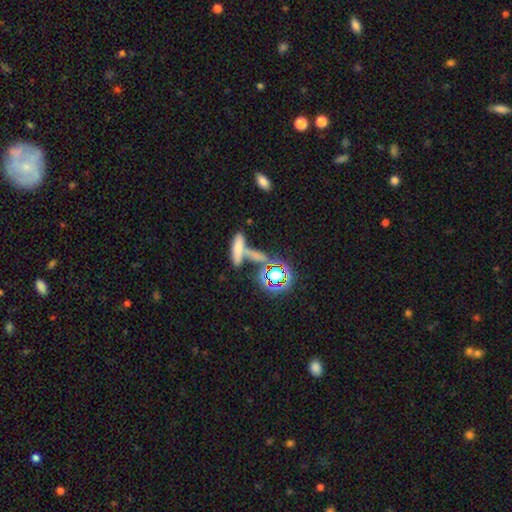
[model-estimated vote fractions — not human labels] A smooth galaxy with no disk features (54%) that is cigar-shaped (51%). Merging: merger (47%).